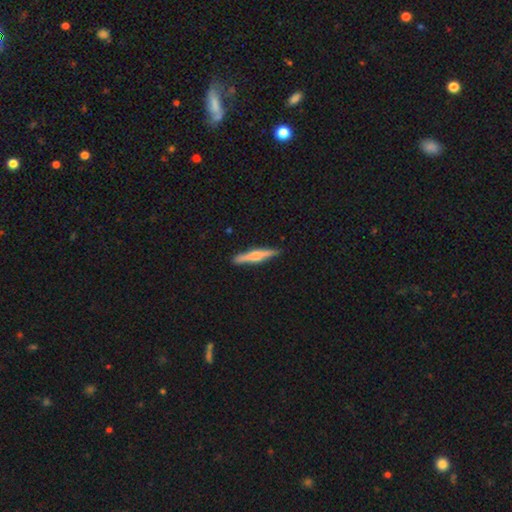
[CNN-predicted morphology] Smooth or featured?
  - featured or disk: 59% *
  - smooth: 36%
  - star or artifact: 5%
Edge-on disk?
  - yes: 97% *
  - no: 3%
Edge-on bulge?
  - rounded: 83% *
  - boxy: 10%
  - none: 7%
Merging?
  - none: 90% *
  - minor disturbance: 7%
  - major disturbance: 2%
  - merger: 1%